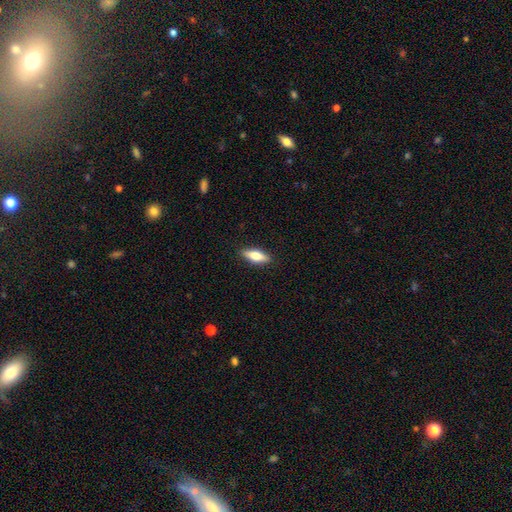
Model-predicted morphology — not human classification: smooth_or_featured: smooth (p=0.65) [alt: featured or disk p=0.29]
how_rounded: in between (p=0.58) [alt: cigar-shaped p=0.40]
merging: none (p=0.89) [alt: minor disturbance p=0.08]